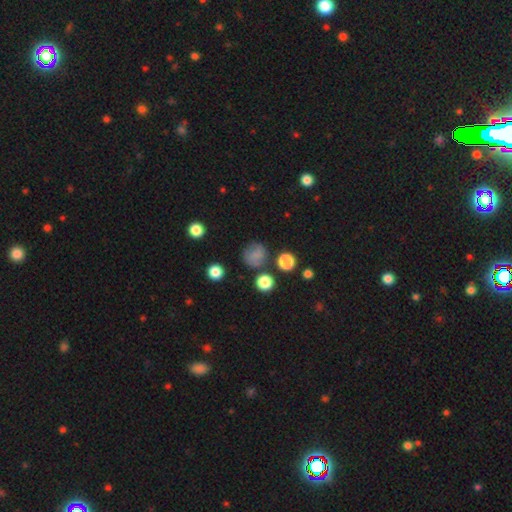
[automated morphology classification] Smooth or featured? smooth (73%)
How rounded? round (85%)
Merging? none (68%)